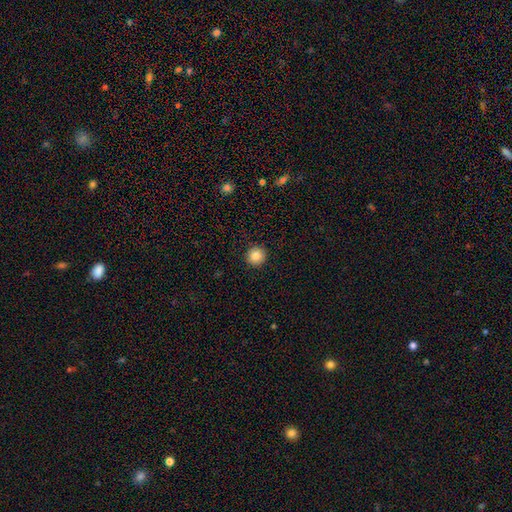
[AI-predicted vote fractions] Q: Smooth or featured?
A: smooth (85%); runner-up: star or artifact (10%)
Q: How rounded?
A: round (95%); runner-up: in between (4%)
Q: Merging?
A: none (93%); runner-up: minor disturbance (5%)